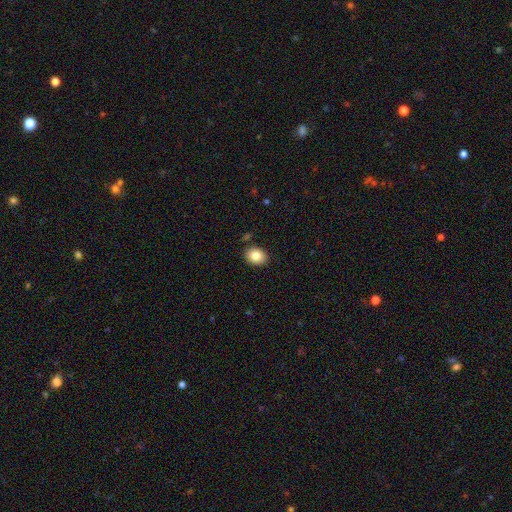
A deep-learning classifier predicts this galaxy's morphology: Smooth or featured? Predicted: smooth (p=0.84). How rounded? Predicted: in between (p=0.53). Merging? Predicted: none (p=0.87).